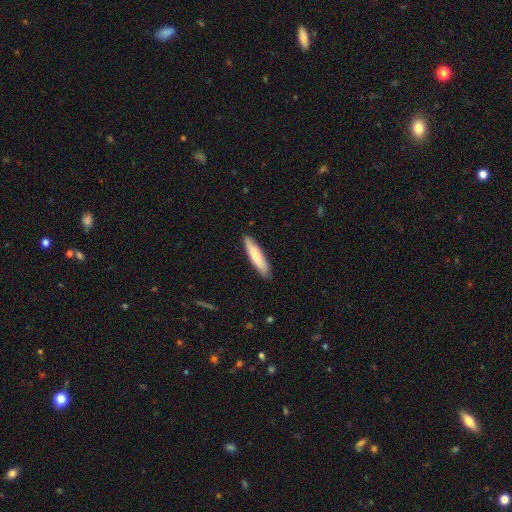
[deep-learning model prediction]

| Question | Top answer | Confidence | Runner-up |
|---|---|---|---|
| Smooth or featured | smooth | 74% | featured or disk (21%) |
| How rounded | cigar-shaped | 83% | in between (16%) |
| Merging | none | 86% | minor disturbance (11%) |